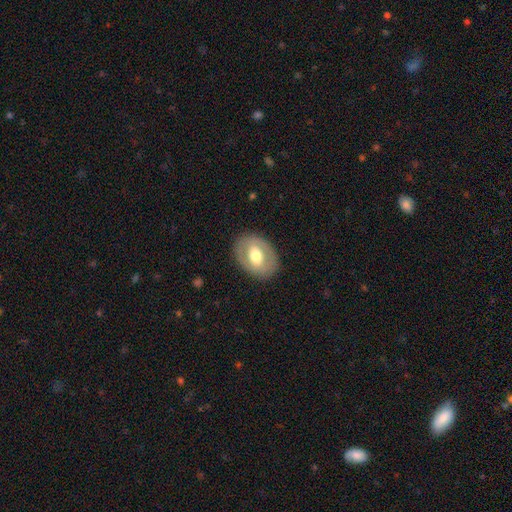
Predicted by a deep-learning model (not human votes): Morphology: type=smooth (50%); merging=none (84%).